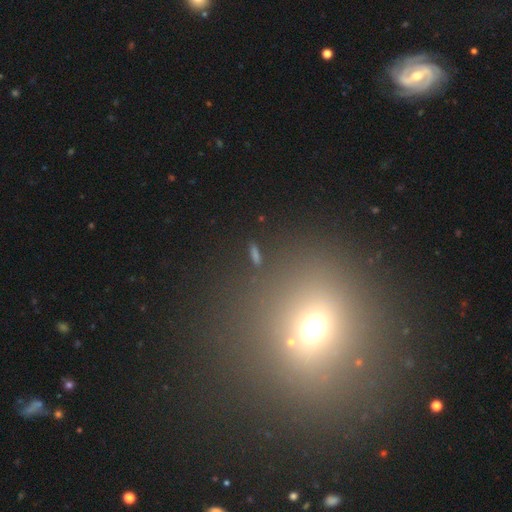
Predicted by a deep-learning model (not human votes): This is marginally a smooth galaxy (43%). Merging: clearly none (82%).